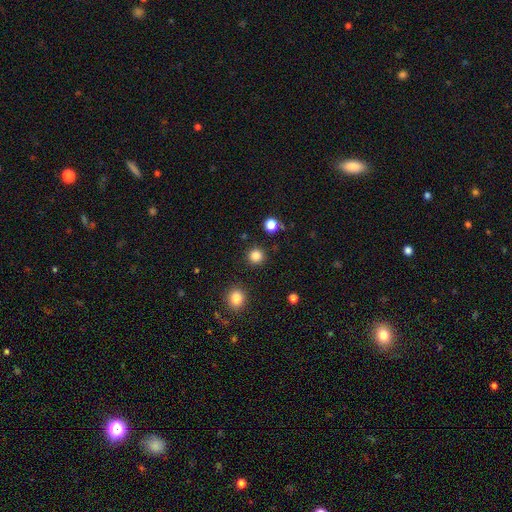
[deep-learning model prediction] Overall: smooth (84%). How rounded: round (94%). Merging: none (91%).